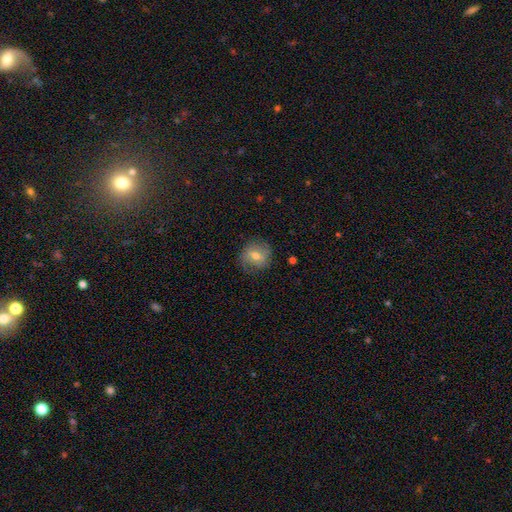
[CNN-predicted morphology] Q: Smooth or featured?
A: smooth (61%); runner-up: featured or disk (30%)
Q: How rounded?
A: round (82%); runner-up: in between (17%)
Q: Merging?
A: none (77%); runner-up: minor disturbance (17%)